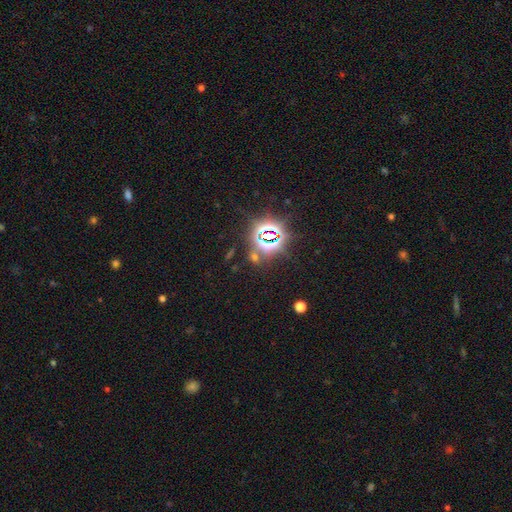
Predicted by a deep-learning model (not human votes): A star or artifact, not a galaxy (81%).